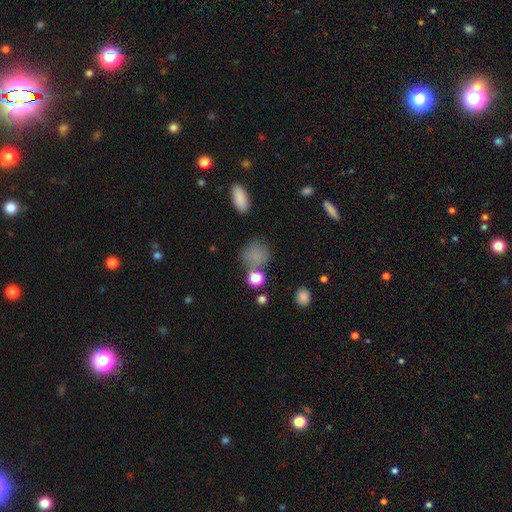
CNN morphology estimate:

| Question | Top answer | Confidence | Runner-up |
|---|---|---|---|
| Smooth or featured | smooth | 80% | star or artifact (12%) |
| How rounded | round | 79% | in between (20%) |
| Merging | none | 61% | minor disturbance (16%) |